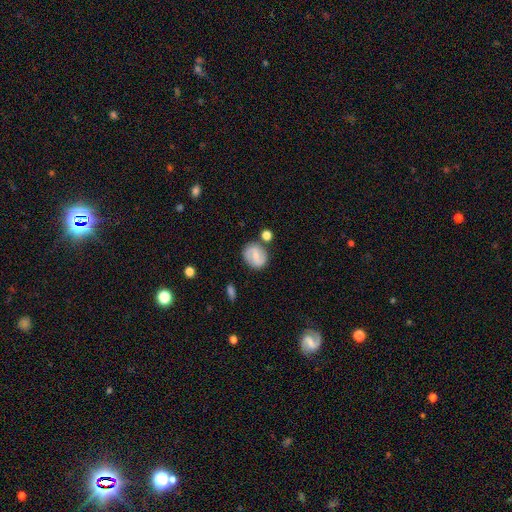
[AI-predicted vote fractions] This appears to be a featured or disk galaxy (56%) with a weak bar (50%), spiral arms (82%) and a small central bulge (56%). Merging: none (77%).